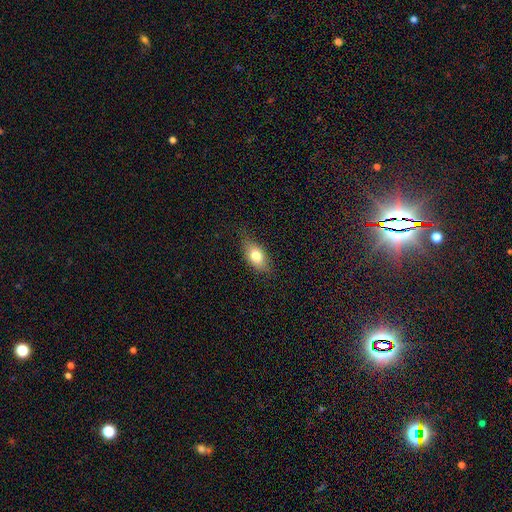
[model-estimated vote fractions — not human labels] Smooth or featured: smooth — 75% (featured or disk — 17%)
How rounded: in between — 85% (round — 8%)
Merging: none — 77% (minor disturbance — 18%)